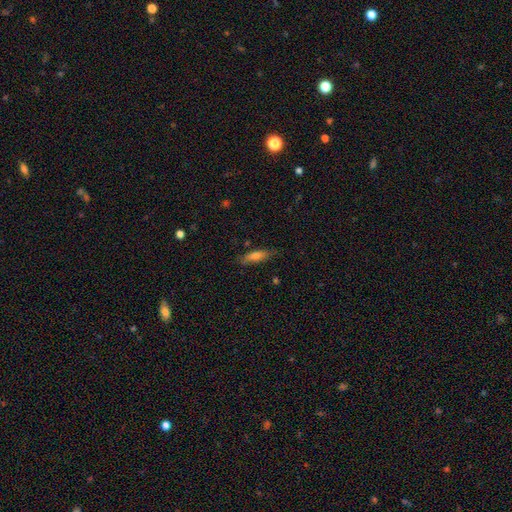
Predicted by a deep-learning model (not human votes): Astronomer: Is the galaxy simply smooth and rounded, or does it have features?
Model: smooth — 67%.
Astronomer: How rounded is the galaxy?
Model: cigar-shaped — 58% (runner-up: in between, 40%).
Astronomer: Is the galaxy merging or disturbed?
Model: none — 79%.